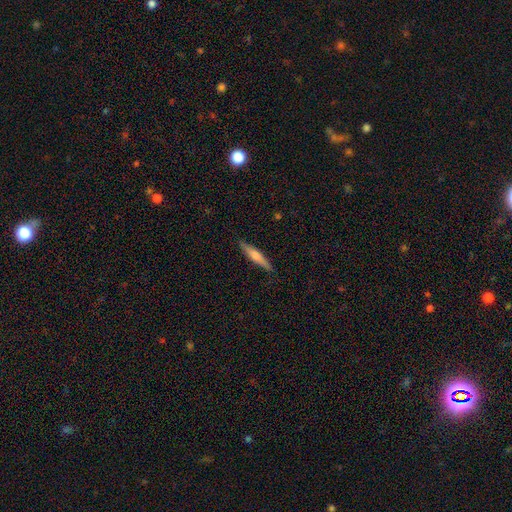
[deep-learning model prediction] This is possibly a smooth galaxy (51%). How rounded: clearly cigar-shaped (89%). Merging: clearly none (90%).